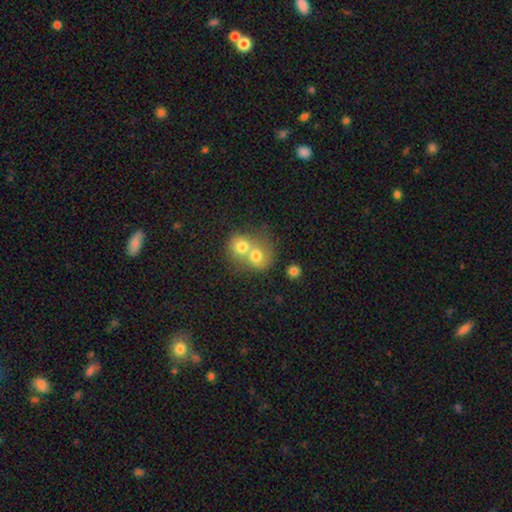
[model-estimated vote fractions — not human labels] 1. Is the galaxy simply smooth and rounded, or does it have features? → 70% smooth, 20% featured or disk, 10% star or artifact.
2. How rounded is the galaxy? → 72% round, 27% in between, 1% cigar-shaped.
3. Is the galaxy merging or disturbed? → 73% merger, 19% none, 5% minor disturbance, 3% major disturbance.